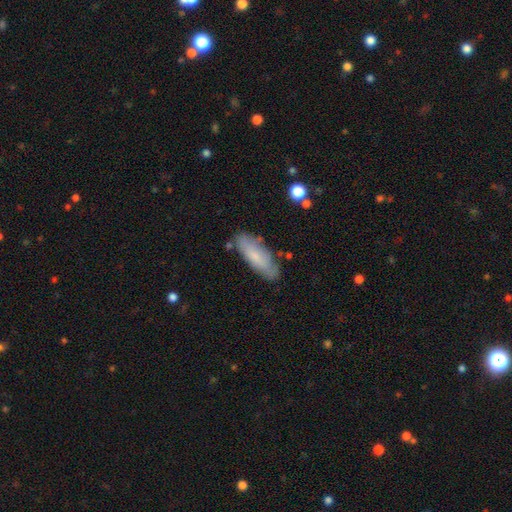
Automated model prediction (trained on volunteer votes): Smooth or featured: smooth — 70% (featured or disk — 24%)
How rounded: in between — 58% (cigar-shaped — 40%)
Merging: none — 77% (minor disturbance — 17%)